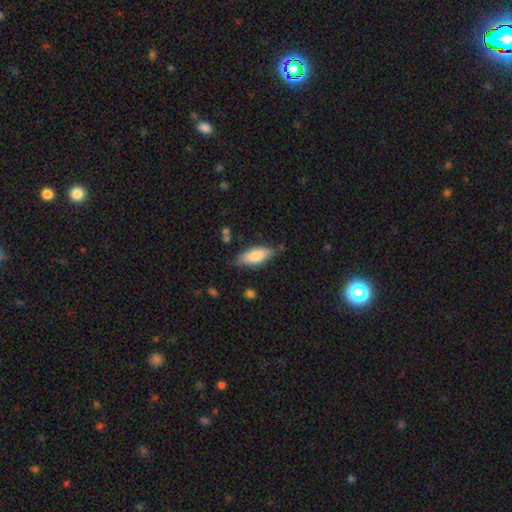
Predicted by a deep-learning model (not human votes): A smooth galaxy with no disk features (78%) that is in between round and cigar-shaped (71%). Merging: none (77%).